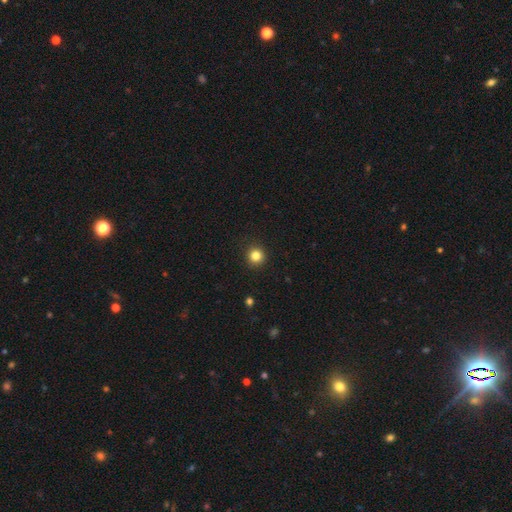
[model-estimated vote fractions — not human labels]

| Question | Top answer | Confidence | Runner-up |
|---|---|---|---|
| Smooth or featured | smooth | 83% | star or artifact (12%) |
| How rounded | round | 95% | in between (4%) |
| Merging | none | 93% | minor disturbance (5%) |